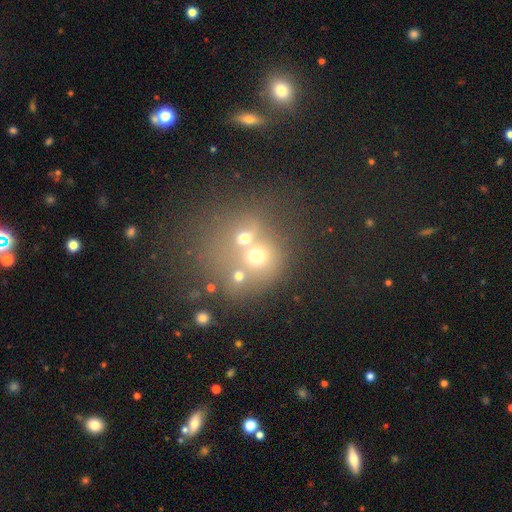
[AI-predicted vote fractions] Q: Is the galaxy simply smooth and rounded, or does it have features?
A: smooth — 56%.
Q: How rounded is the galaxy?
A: round — 72%.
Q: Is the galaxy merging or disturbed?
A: merger — 56%.